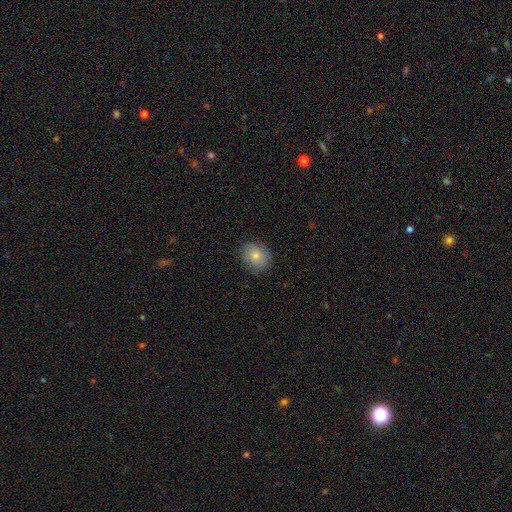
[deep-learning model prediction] Smooth or featured? smooth (75%)
How rounded? round (69%)
Merging? none (80%)